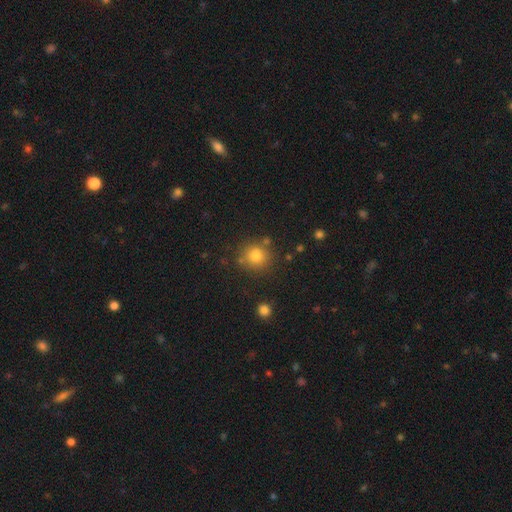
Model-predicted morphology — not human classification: type=smooth (78%); roundness=round (88%); merging=none (80%).